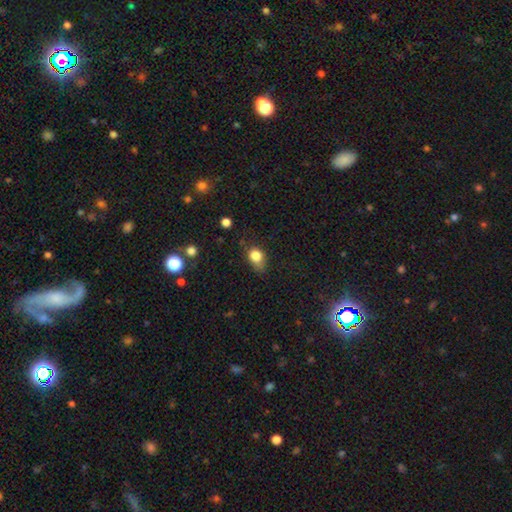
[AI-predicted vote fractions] Smooth or featured: smooth — 82% (star or artifact — 10%)
How rounded: in between — 56% (round — 42%)
Merging: none — 49% (minor disturbance — 36%)